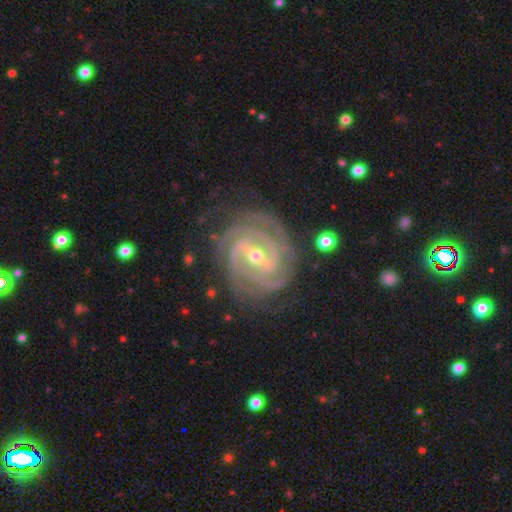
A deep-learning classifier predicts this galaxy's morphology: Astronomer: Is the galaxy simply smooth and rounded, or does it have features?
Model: featured or disk — 92%.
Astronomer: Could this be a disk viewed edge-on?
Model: no — 97%.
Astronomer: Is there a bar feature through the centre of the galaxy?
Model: strong — 47% (runner-up: weak, 39%).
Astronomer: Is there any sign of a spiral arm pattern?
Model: yes — 99%.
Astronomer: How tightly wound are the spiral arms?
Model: tight — 80%.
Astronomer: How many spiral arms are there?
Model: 3 — 29% (runner-up: 2, 22%).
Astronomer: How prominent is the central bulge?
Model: moderate — 50% (runner-up: small, 47%).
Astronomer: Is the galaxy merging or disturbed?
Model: none — 80%.